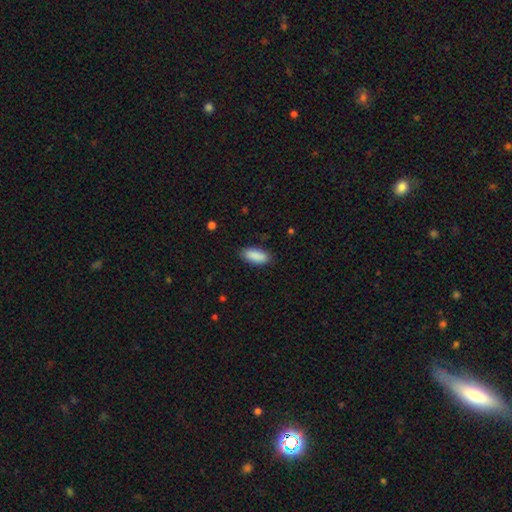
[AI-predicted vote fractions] The model was most divided on "how rounded": in between: 85%, cigar-shaped: 13%, round: 2%. More confident: smooth or featured — smooth (90%); merging — none (86%).